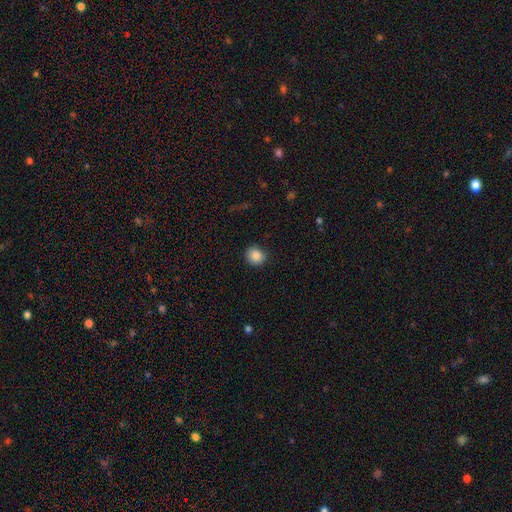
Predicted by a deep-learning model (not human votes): Smooth or featured? Predicted: smooth (p=0.87). How rounded? Predicted: round (p=0.81). Merging? Predicted: none (p=0.88).